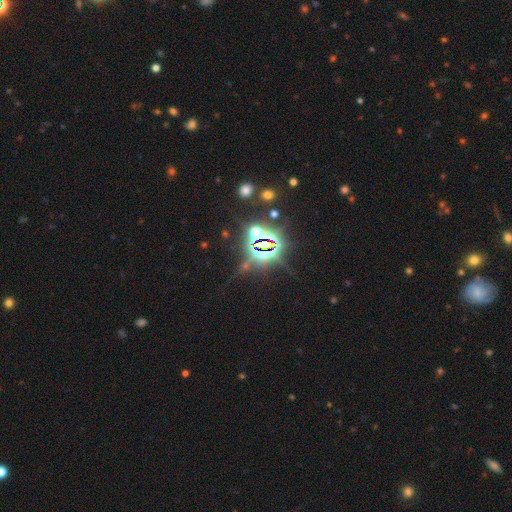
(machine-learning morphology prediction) smooth_or_featured: star or artifact (p=0.85) [alt: smooth p=0.07]